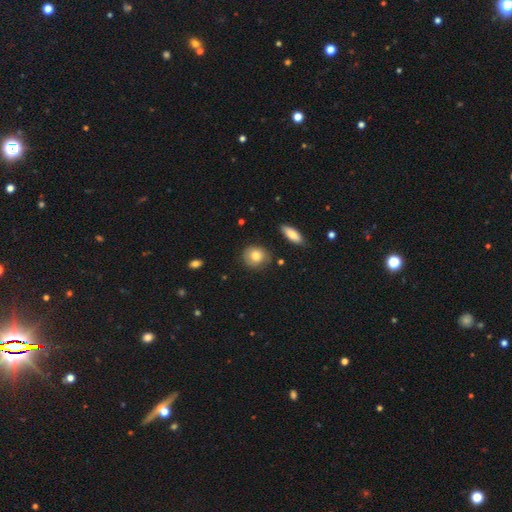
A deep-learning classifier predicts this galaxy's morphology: Smooth or featured? smooth (76%)
How rounded? round (79%)
Merging? none (74%)